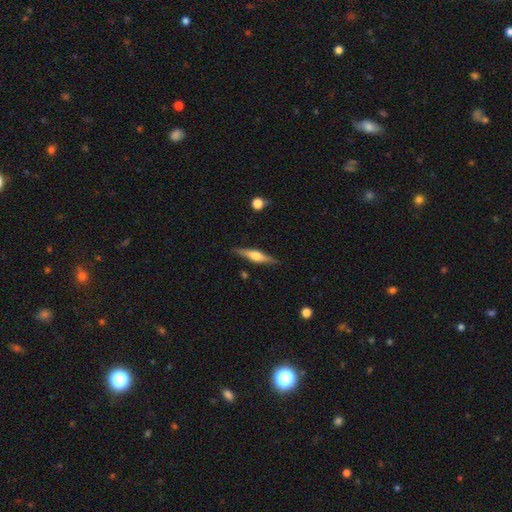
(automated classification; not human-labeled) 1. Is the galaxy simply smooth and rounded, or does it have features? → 62% featured or disk, 33% smooth, 6% star or artifact.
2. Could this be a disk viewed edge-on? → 96% yes, 4% no.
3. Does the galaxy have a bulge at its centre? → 89% rounded, 7% boxy, 3% none.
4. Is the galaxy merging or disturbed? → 87% none, 9% minor disturbance, 2% major disturbance, 2% merger.